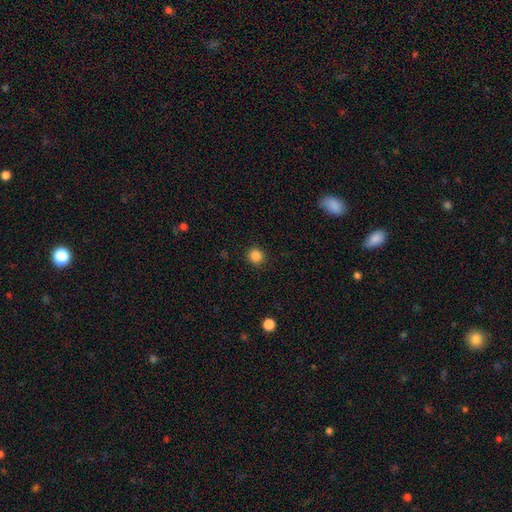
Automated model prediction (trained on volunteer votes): Smooth or featured: smooth — 85% (star or artifact — 11%)
How rounded: round — 93% (in between — 6%)
Merging: none — 91% (minor disturbance — 6%)